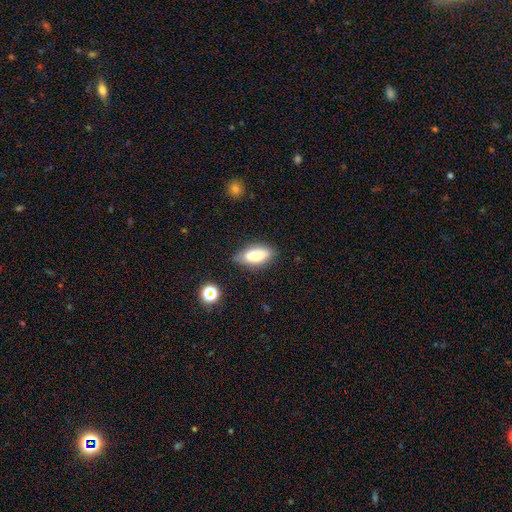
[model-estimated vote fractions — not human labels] Smooth or featured? smooth (77%)
How rounded? in between (87%)
Merging? none (73%)